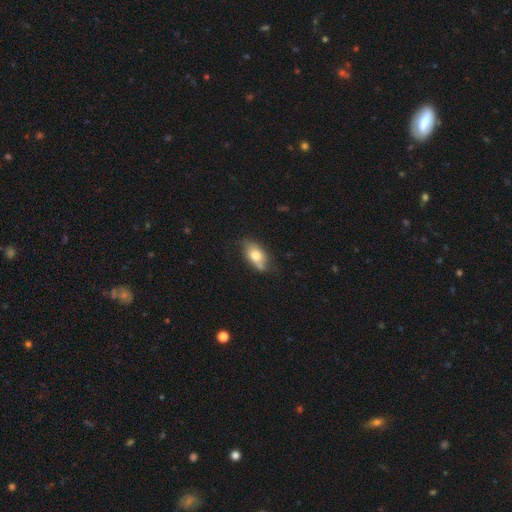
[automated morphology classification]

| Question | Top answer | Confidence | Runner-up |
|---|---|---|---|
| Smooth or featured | smooth | 66% | featured or disk (27%) |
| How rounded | in between | 87% | cigar-shaped (7%) |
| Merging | none | 65% | minor disturbance (26%) |